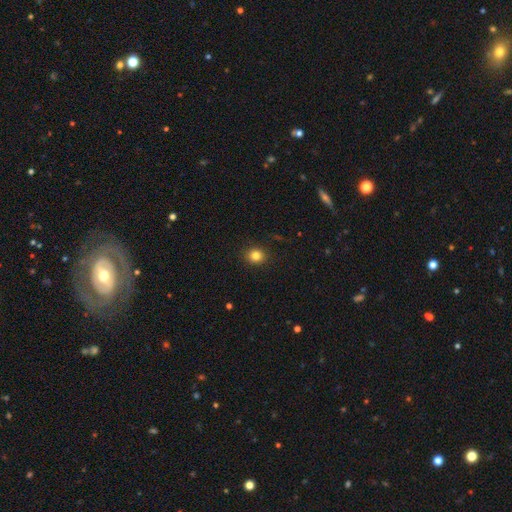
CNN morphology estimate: Overall: smooth (83%). How rounded: round (83%). Merging: none (90%).